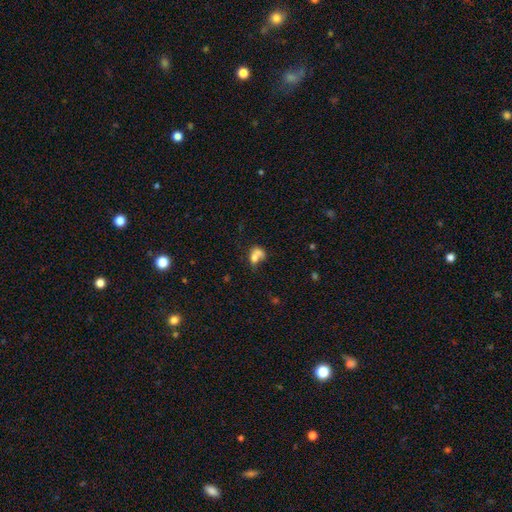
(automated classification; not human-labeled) Overall: smooth (67%). How rounded: in between (62%; round 35%). Merging: merger (61%).